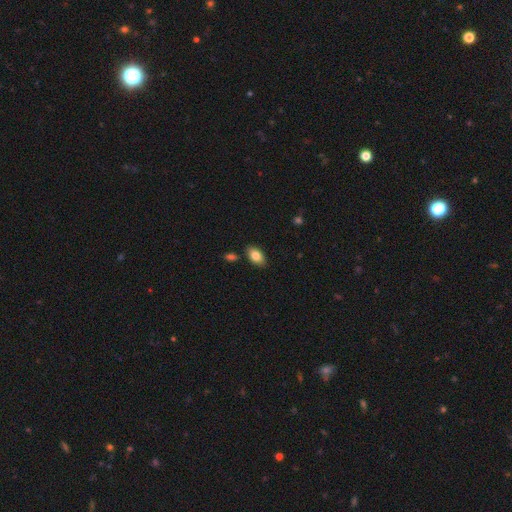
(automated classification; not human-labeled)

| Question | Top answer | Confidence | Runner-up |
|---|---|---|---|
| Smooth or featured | smooth | 82% | featured or disk (11%) |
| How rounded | in between | 92% | round (5%) |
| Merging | none | 85% | minor disturbance (10%) |